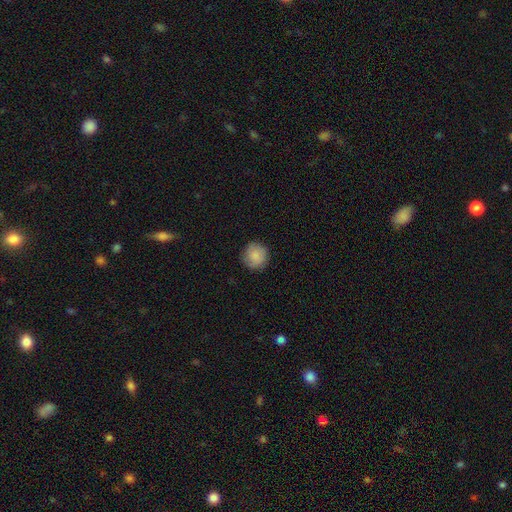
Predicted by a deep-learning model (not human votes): smooth 86%, star or artifact 7%, featured or disk 7%. Down the decision tree: how rounded — round (94%); merging — none (88%).